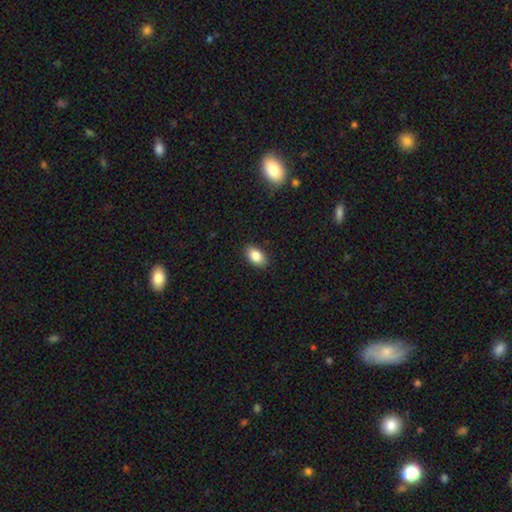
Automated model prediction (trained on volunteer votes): smooth-or-featured: smooth: 85% | star or artifact: 8% | featured or disk: 7%
  how-rounded: in between: 90% | round: 8% | cigar-shaped: 2%
  merging: none: 89% | minor disturbance: 8% | major disturbance: 2% | merger: 1%